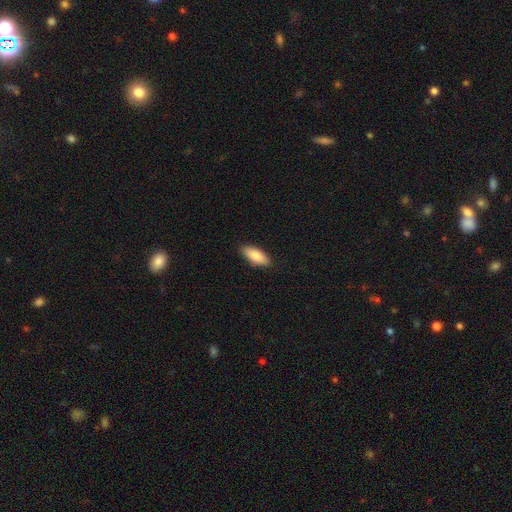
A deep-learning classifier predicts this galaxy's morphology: A smooth galaxy with no disk features (84%) that is in between round and cigar-shaped (78%). Merging: none (88%).